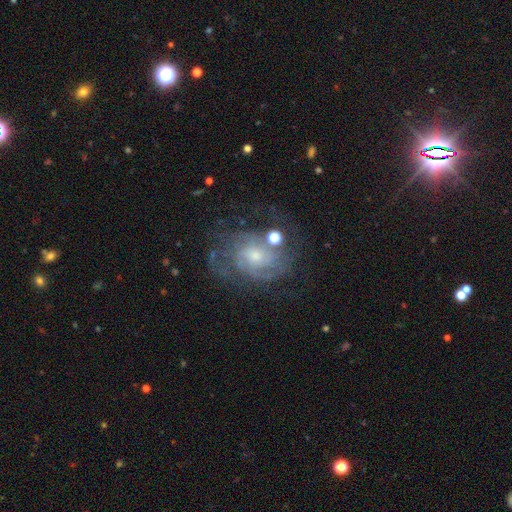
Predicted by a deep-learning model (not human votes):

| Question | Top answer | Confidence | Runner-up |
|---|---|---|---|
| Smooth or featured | featured or disk | 79% | smooth (13%) |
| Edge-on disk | no | 97% | yes (3%) |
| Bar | no | 70% | weak (26%) |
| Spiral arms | yes | 89% | no (11%) |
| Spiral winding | tight | 54% | medium (35%) |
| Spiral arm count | can't tell | 43% | 2 (22%) |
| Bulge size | small | 58% | moderate (34%) |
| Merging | none | 55% | minor disturbance (20%) |